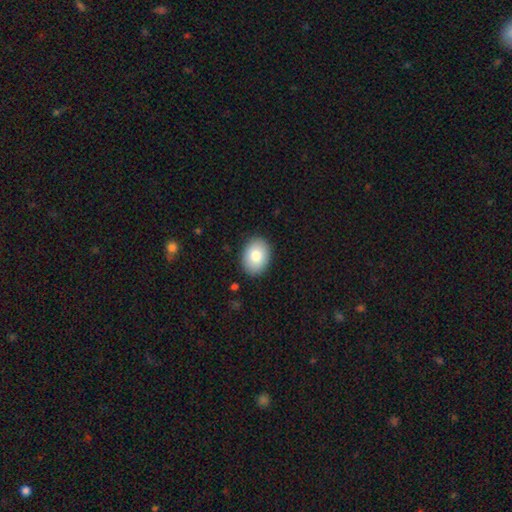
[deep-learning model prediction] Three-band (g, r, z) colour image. It shows a smooth galaxy with no disk features (82%) that is in between round and cigar-shaped (71%). Merging: none (89%).